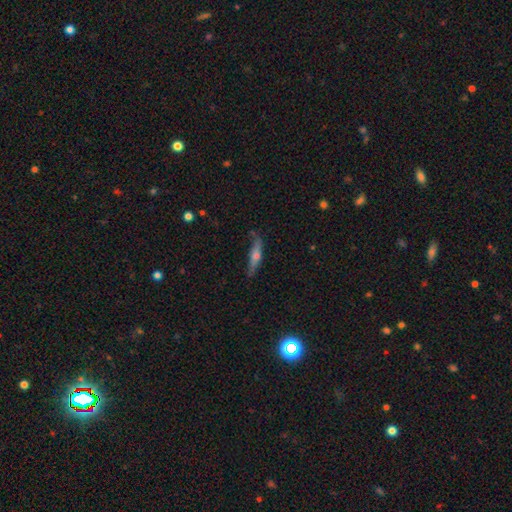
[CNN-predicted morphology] Smooth or featured: featured or disk — 60% (smooth — 32%)
Edge-on disk: yes — 89% (no — 11%)
Edge-on bulge: rounded — 88% (none — 8%)
Merging: none — 74% (minor disturbance — 20%)